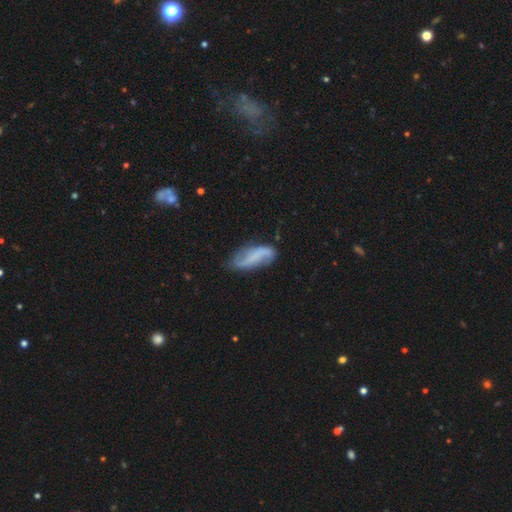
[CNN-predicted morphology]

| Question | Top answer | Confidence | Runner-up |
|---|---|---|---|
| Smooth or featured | featured or disk | 61% | smooth (31%) |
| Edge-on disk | no | 91% | yes (9%) |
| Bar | no | 37% | weak (34%) |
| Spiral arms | yes | 86% | no (14%) |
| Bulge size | none | 60% | small (26%) |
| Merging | none | 66% | minor disturbance (23%) |